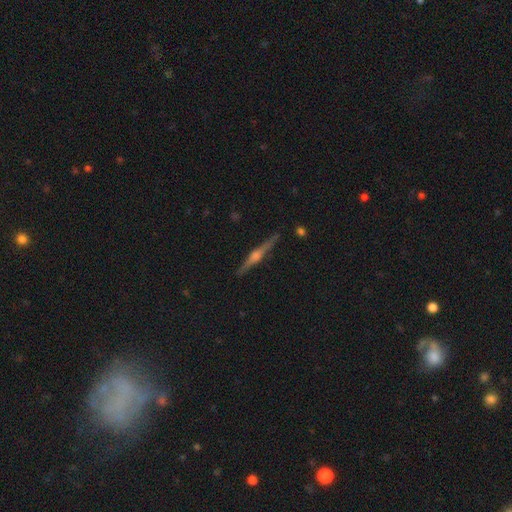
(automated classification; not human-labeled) A featured or disk galaxy (84%) viewed edge-on (98%) with a rounded central bulge (86%).

Vote fractions:
- Smooth or featured? featured or disk: 84% / smooth: 9% / star or artifact: 6%
- Edge-on disk? yes: 98% / no: 2%
- Edge-on bulge? rounded: 86% / boxy: 9% / none: 5%
- Merging? none: 91% / minor disturbance: 7% / major disturbance: 1% / merger: 1%